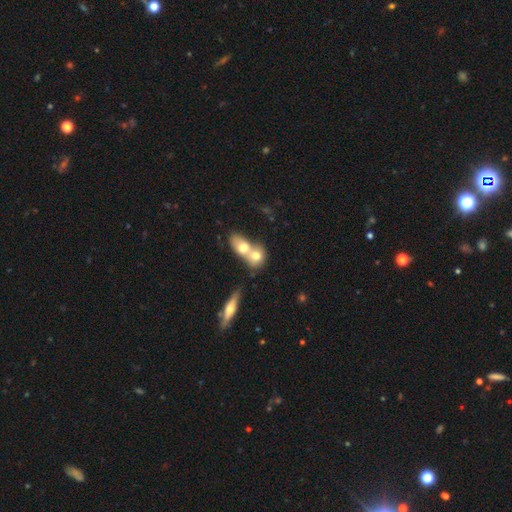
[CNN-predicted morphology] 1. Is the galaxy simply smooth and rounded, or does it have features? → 67% smooth, 25% featured or disk, 8% star or artifact.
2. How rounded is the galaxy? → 52% in between, 43% round, 5% cigar-shaped.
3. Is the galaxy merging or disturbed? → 73% merger, 19% none, 5% minor disturbance, 3% major disturbance.